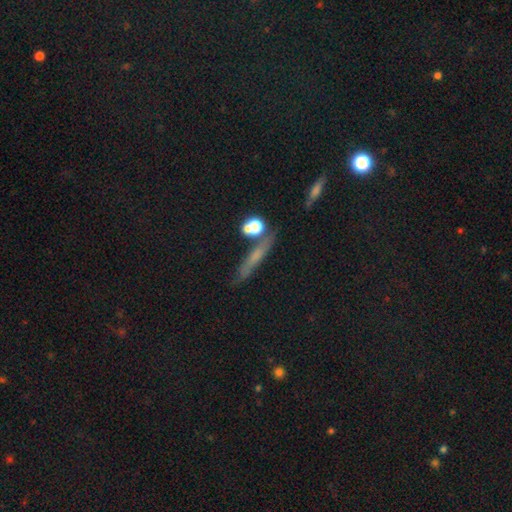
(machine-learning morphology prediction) This is possibly a smooth galaxy (49%). Merging: likely none (70%).